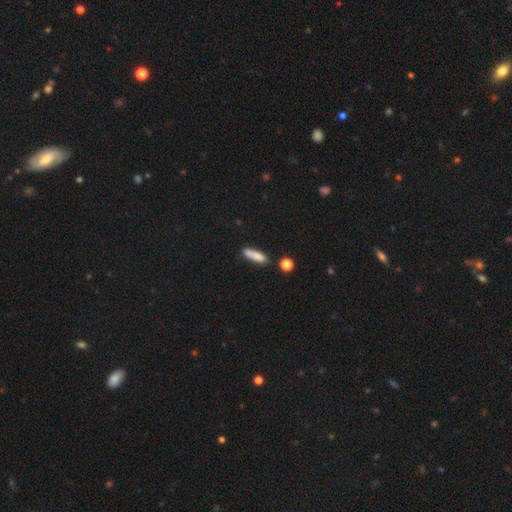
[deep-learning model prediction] Smooth or featured?
  - smooth: 80% *
  - featured or disk: 12%
  - star or artifact: 8%
How rounded?
  - cigar-shaped: 71% *
  - in between: 26%
  - round: 3%
Merging?
  - none: 65% *
  - minor disturbance: 18%
  - merger: 12%
  - major disturbance: 5%